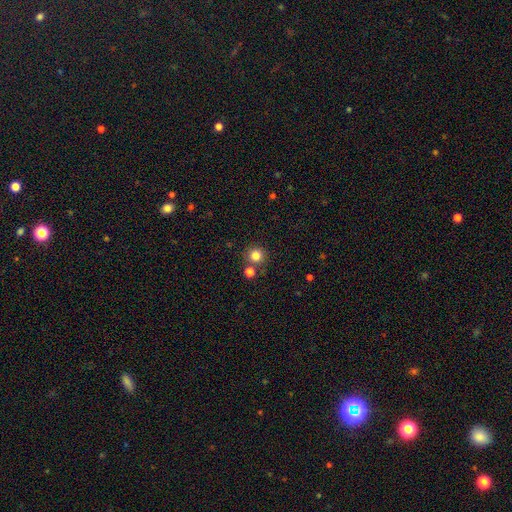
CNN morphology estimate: smooth_or_featured: smooth (p=0.82) [alt: star or artifact p=0.12]
how_rounded: round (p=0.94) [alt: in between p=0.05]
merging: none (p=0.77) [alt: merger p=0.13]